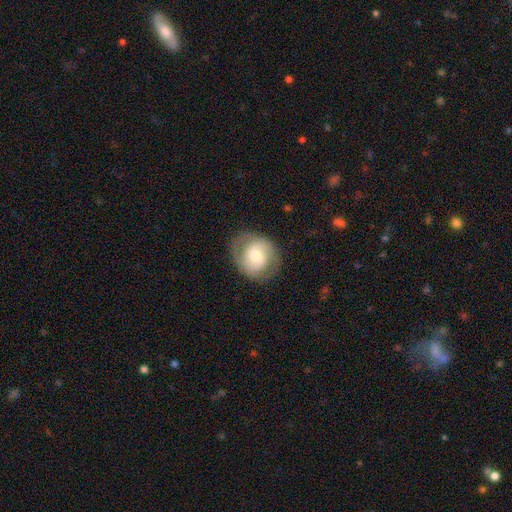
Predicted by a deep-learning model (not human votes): Smooth or featured?
  - featured or disk: 52% *
  - smooth: 41%
  - star or artifact: 7%
Edge-on disk?
  - no: 97% *
  - yes: 3%
Bar?
  - no: 51% *
  - weak: 37%
  - strong: 12%
Spiral arms?
  - yes: 79% *
  - no: 21%
Bulge size?
  - moderate: 50% *
  - small: 35%
  - large: 10%
  - none: 2%
  - dominant: 2%
Merging?
  - none: 79% *
  - minor disturbance: 14%
  - major disturbance: 6%
  - merger: 1%